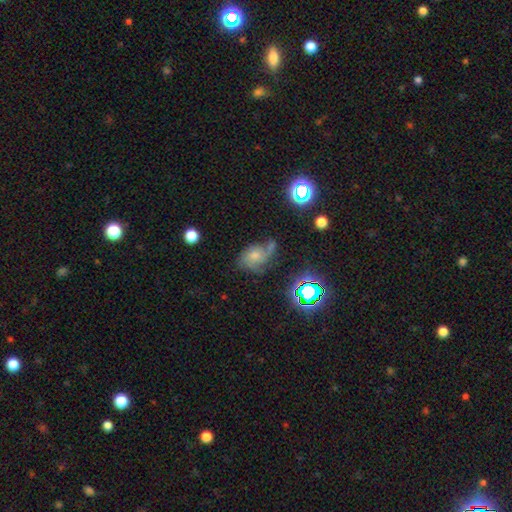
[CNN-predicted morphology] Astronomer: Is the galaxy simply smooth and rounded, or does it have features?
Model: featured or disk — 46% (runner-up: smooth, 35%).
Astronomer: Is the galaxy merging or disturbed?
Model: none — 37% (runner-up: minor disturbance, 27%).